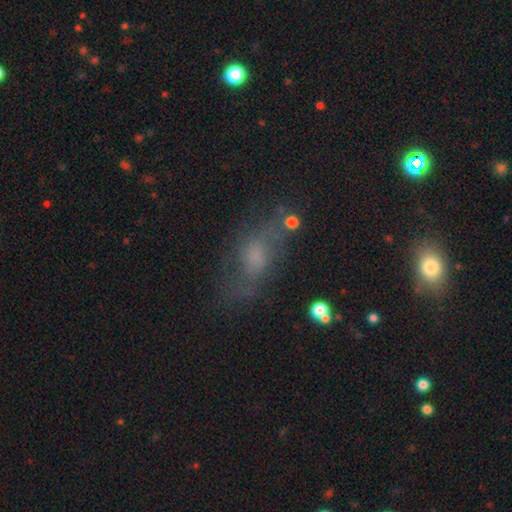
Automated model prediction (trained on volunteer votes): This appears to be a featured or disk galaxy (42%). Merging: none (58%).